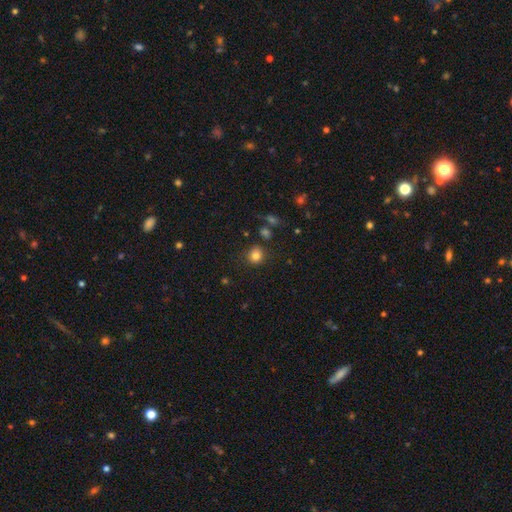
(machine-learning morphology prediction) This appears to be a smooth galaxy with no disk features (82%) that is round (85%). Merging: none (83%).